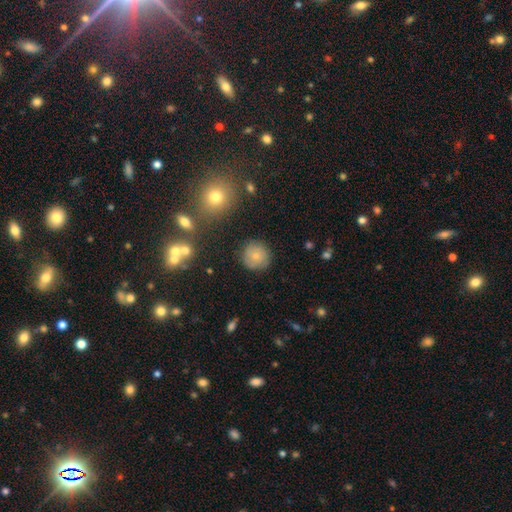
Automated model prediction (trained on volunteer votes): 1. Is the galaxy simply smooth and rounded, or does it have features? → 75% smooth, 14% featured or disk, 10% star or artifact.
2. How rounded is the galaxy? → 92% round, 7% in between, 1% cigar-shaped.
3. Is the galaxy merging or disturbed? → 85% none, 10% minor disturbance, 3% major disturbance, 2% merger.